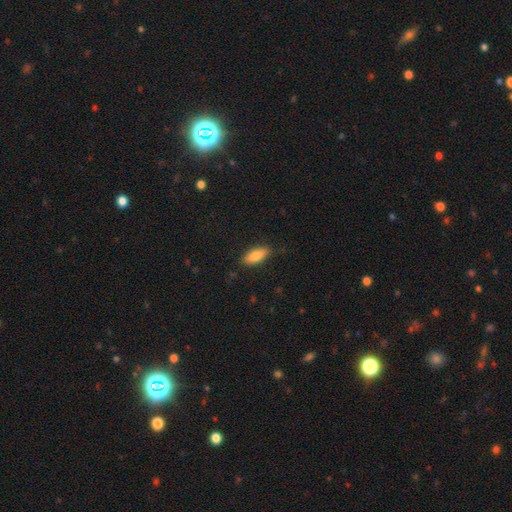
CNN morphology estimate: Overall: smooth (81%). How rounded: in between (82%). Merging: none (83%).